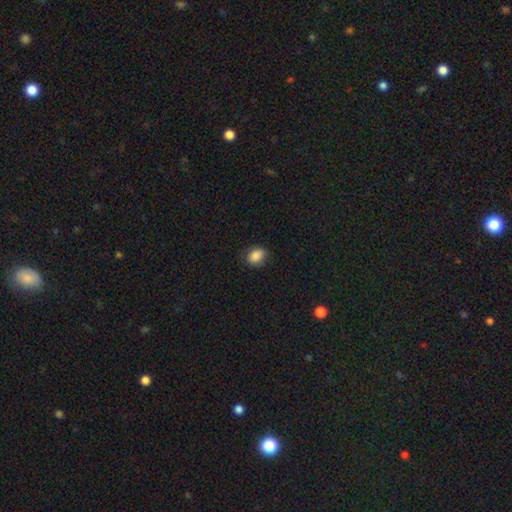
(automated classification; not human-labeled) A smooth galaxy with no disk features (86%) that is in between round and cigar-shaped (60%).

Vote fractions:
- Smooth or featured? smooth: 86% / star or artifact: 9% / featured or disk: 5%
- How rounded? in between: 60% / round: 39% / cigar-shaped: 1%
- Merging? none: 78% / minor disturbance: 17% / major disturbance: 4% / merger: 1%